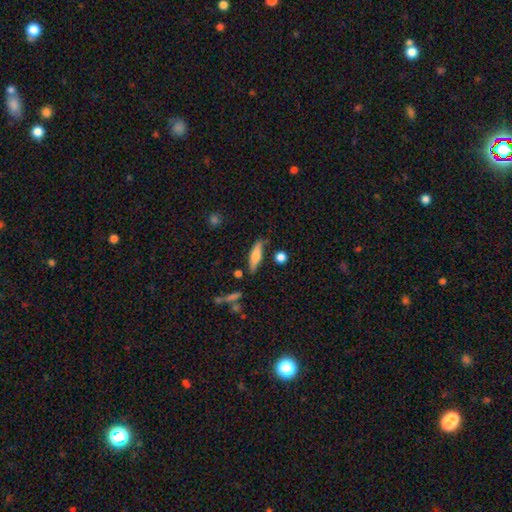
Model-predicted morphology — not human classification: Q: Smooth or featured?
A: smooth (63%); runner-up: featured or disk (30%)
Q: How rounded?
A: cigar-shaped (65%); runner-up: in between (32%)
Q: Merging?
A: none (76%); runner-up: minor disturbance (15%)